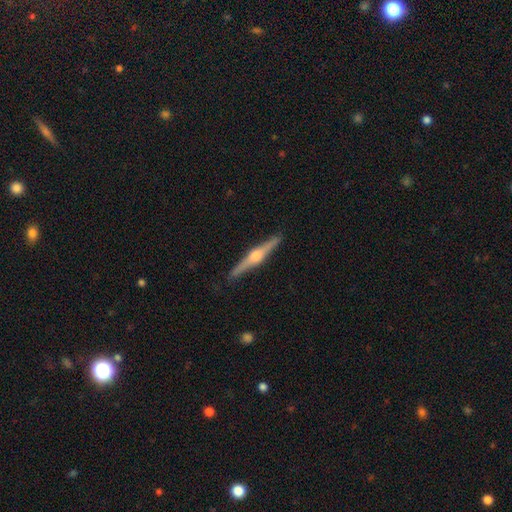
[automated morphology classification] A featured or disk galaxy (81%) viewed edge-on (98%) with a rounded central bulge (92%). Merging: none (91%).